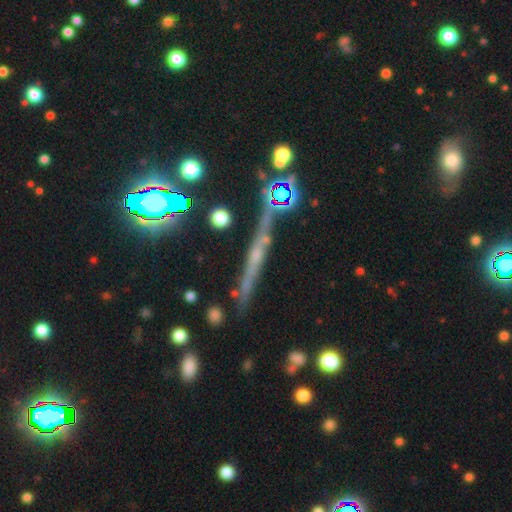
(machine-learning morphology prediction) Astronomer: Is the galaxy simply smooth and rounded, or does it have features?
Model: featured or disk — 54%.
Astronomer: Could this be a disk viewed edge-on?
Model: yes — 92%.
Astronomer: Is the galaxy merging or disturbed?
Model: none — 75%.